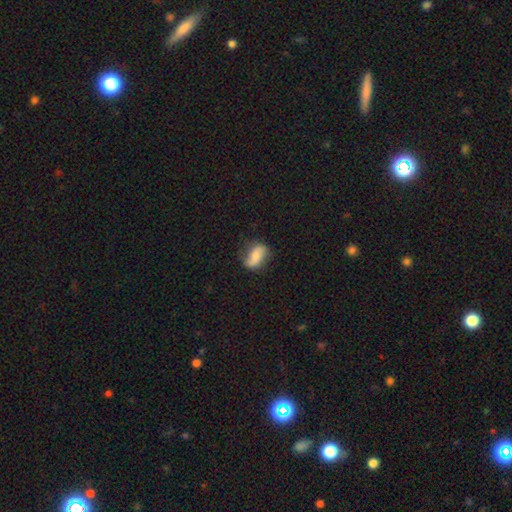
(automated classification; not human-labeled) This appears to be a smooth galaxy with no disk features (54%) that is in between round and cigar-shaped (82%). Merging: none (67%).